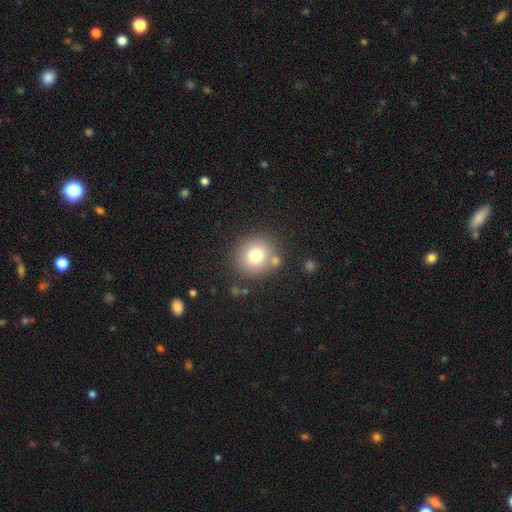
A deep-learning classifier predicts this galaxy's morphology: Smooth or featured? smooth (75%)
How rounded? round (90%)
Merging? none (79%)